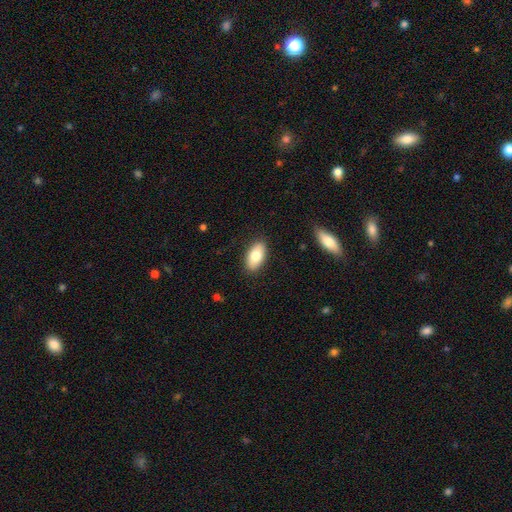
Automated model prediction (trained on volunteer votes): Smooth or featured: smooth — 79% (featured or disk — 14%)
How rounded: in between — 92% (cigar-shaped — 4%)
Merging: none — 88% (minor disturbance — 9%)